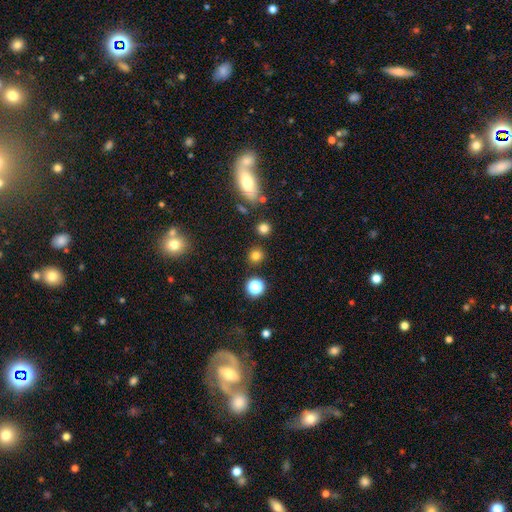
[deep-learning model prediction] Smooth or featured?
  - smooth: 78% *
  - star or artifact: 16%
  - featured or disk: 5%
How rounded?
  - round: 90% *
  - in between: 9%
  - cigar-shaped: 1%
Merging?
  - none: 88% *
  - minor disturbance: 6%
  - merger: 4%
  - major disturbance: 2%